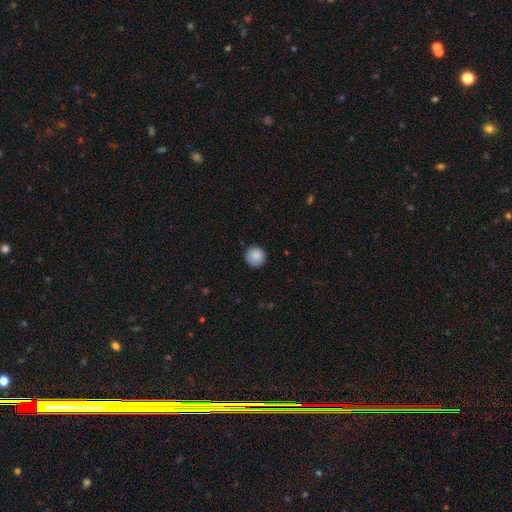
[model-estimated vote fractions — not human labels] smooth 89%, star or artifact 8%, featured or disk 3%. Down the decision tree: how rounded — round (94%); merging — none (87%).